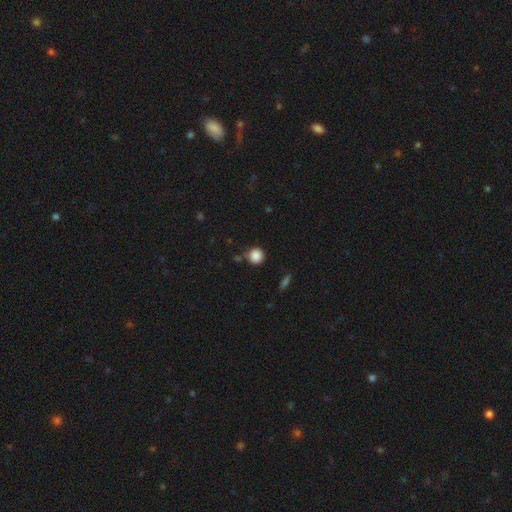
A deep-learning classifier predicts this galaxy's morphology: This is clearly a smooth galaxy (87%). How rounded: clearly round (94%). Merging: clearly none (82%).